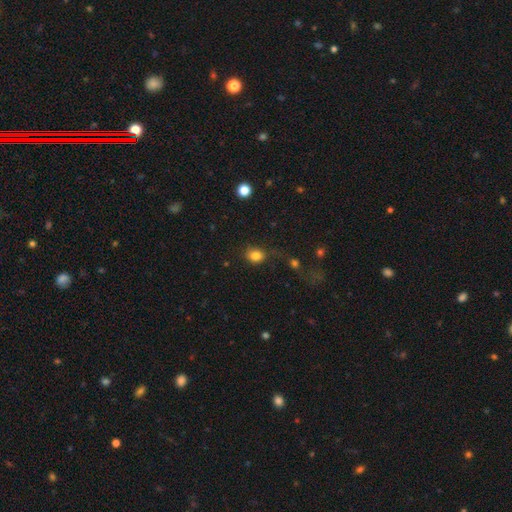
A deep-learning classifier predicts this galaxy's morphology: type=smooth (82%); roundness=round (56%); merging=none (66%).